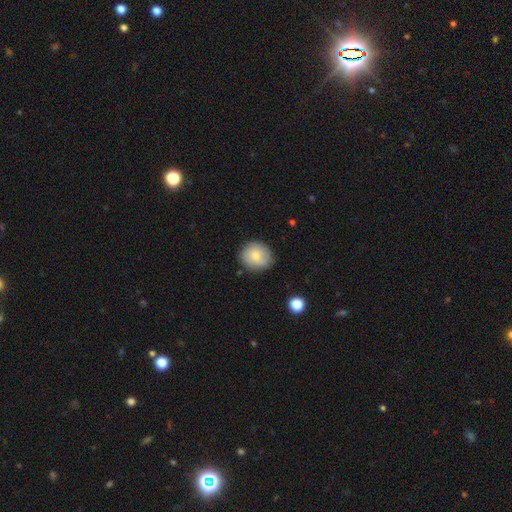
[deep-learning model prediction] Smooth or featured?
  - smooth: 72% *
  - featured or disk: 20%
  - star or artifact: 8%
How rounded?
  - round: 85% *
  - in between: 14%
  - cigar-shaped: 1%
Merging?
  - none: 83% *
  - minor disturbance: 13%
  - major disturbance: 3%
  - merger: 2%